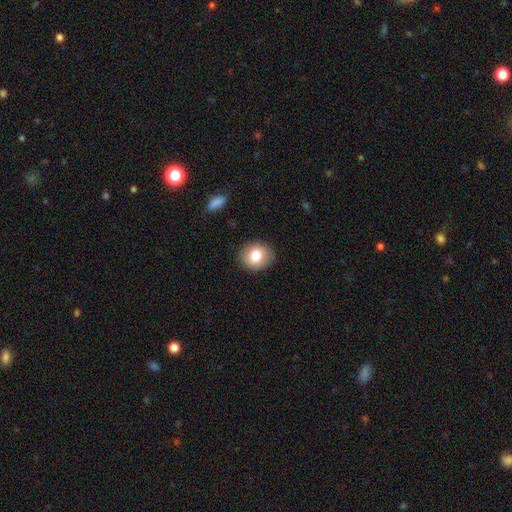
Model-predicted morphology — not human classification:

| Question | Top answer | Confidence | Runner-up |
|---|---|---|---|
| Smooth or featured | smooth | 80% | featured or disk (12%) |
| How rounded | round | 75% | in between (24%) |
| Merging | none | 88% | minor disturbance (9%) |